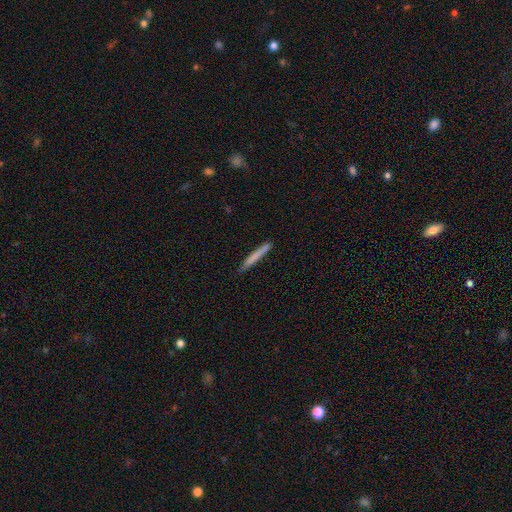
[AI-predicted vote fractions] Overall: smooth (73%). How rounded: cigar-shaped (97%). Merging: none (86%).